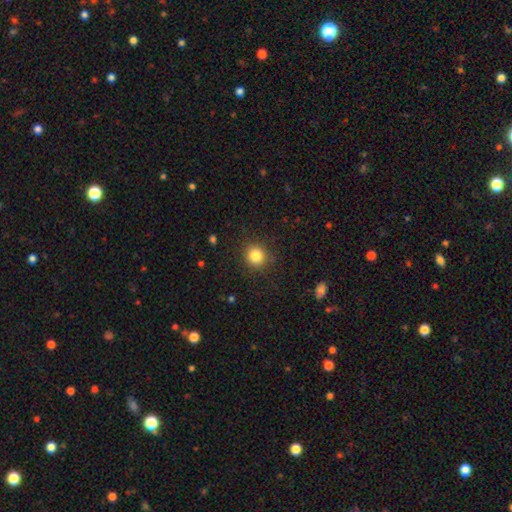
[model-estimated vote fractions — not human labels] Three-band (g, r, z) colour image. It shows a smooth galaxy with no disk features (83%) that is round (91%). Merging: none (89%).